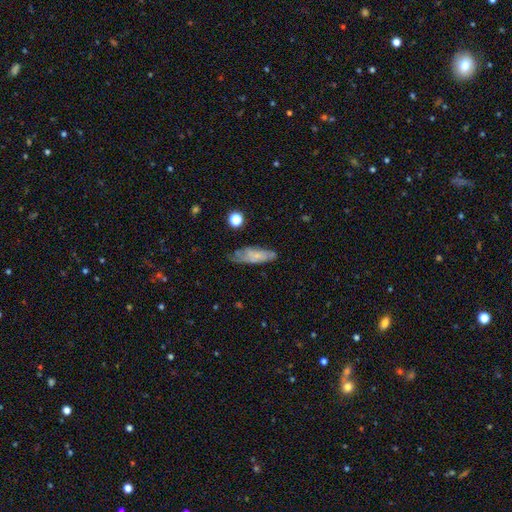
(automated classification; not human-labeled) Q: Smooth or featured?
A: smooth (57%); runner-up: featured or disk (34%)
Q: How rounded?
A: in between (57%); runner-up: cigar-shaped (41%)
Q: Merging?
A: none (48%); runner-up: minor disturbance (34%)